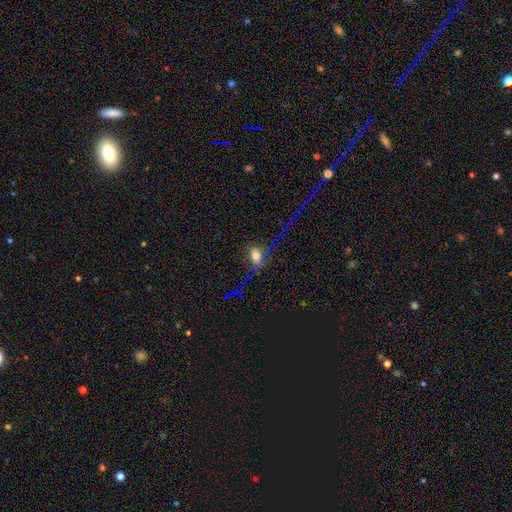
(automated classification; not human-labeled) Smooth or featured? Predicted: smooth (p=0.55). How rounded? Predicted: in between (p=0.75). Merging? Predicted: none (p=0.47).